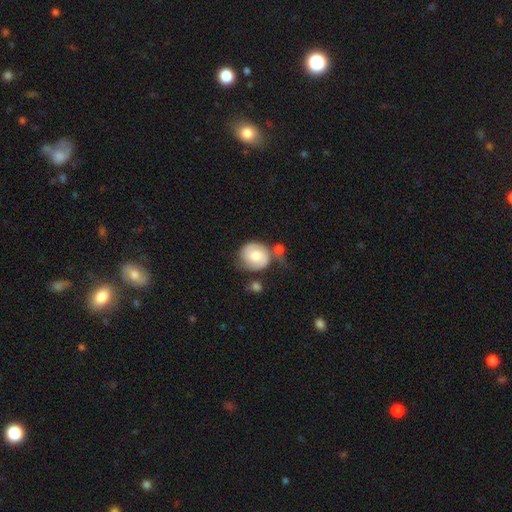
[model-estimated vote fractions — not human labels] smooth_or_featured: smooth (p=0.50) [alt: featured or disk p=0.43]
how_rounded: round (p=0.79) [alt: in between p=0.20]
merging: none (p=0.46) [alt: minor disturbance p=0.25]